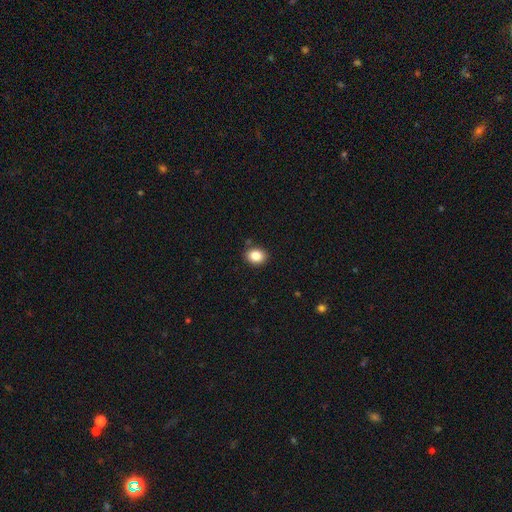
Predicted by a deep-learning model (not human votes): smooth 85%, star or artifact 9%, featured or disk 6%. Down the decision tree: how rounded — in between (50%); merging — none (87%).